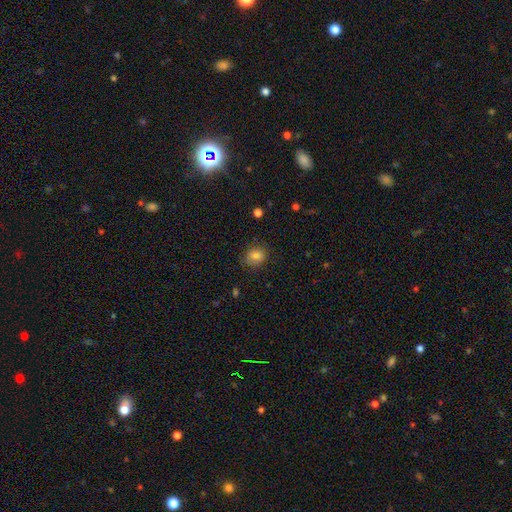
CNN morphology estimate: Q: Smooth or featured?
A: smooth (81%); runner-up: star or artifact (11%)
Q: How rounded?
A: round (56%); runner-up: in between (43%)
Q: Merging?
A: none (77%); runner-up: minor disturbance (17%)